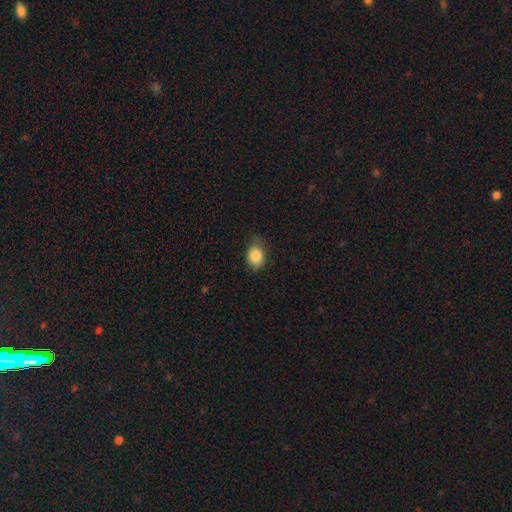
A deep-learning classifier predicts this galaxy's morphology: smooth_or_featured: smooth (p=0.86) [alt: star or artifact p=0.08]
how_rounded: in between (p=0.59) [alt: round p=0.40]
merging: none (p=0.62) [alt: minor disturbance p=0.30]